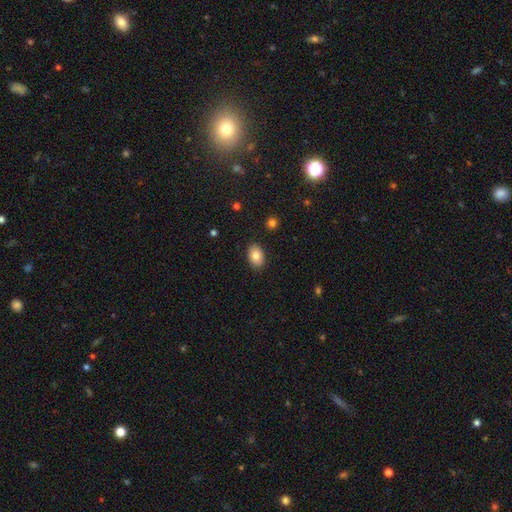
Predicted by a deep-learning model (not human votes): This appears to be a smooth galaxy with no disk features (83%) that is in between round and cigar-shaped (87%). Merging: none (88%).